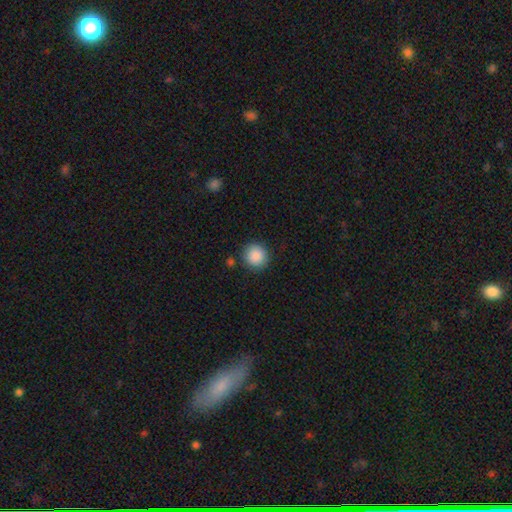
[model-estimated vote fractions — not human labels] A smooth galaxy with no disk features (89%) that is round (92%).

Vote fractions:
- Smooth or featured? smooth: 89% / star or artifact: 8% / featured or disk: 3%
- How rounded? round: 92% / in between: 7% / cigar-shaped: 1%
- Merging? none: 87% / minor disturbance: 8% / major disturbance: 3% / merger: 2%